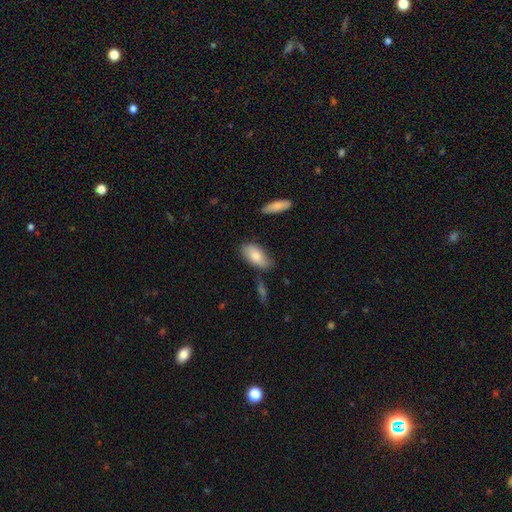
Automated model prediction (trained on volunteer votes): This appears to be a smooth galaxy with no disk features (78%) that is in between round and cigar-shaped (91%). Merging: none (72%).